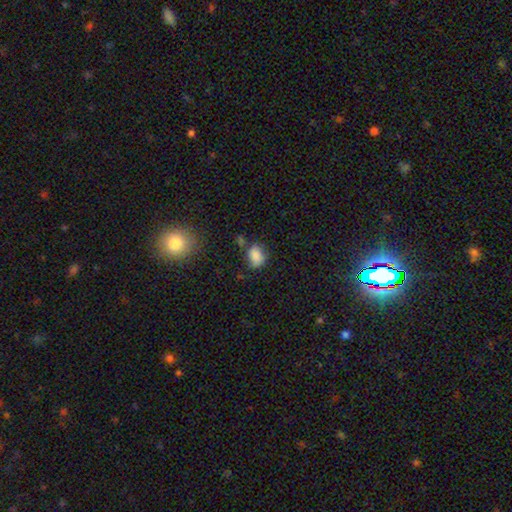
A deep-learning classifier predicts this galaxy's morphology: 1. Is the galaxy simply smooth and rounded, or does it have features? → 82% smooth, 11% star or artifact, 7% featured or disk.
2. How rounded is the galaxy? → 70% in between, 28% round, 1% cigar-shaped.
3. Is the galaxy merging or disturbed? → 55% none, 26% minor disturbance, 11% merger, 8% major disturbance.